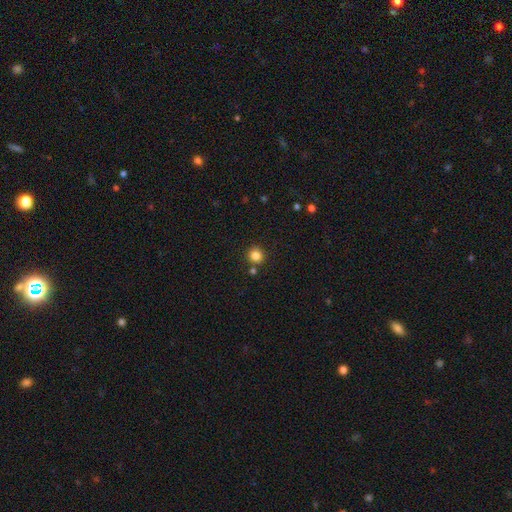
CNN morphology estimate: A smooth galaxy with no disk features (83%) that is round (92%).

Vote fractions:
- Smooth or featured? smooth: 83% / star or artifact: 12% / featured or disk: 5%
- How rounded? round: 92% / in between: 7% / cigar-shaped: 1%
- Merging? none: 83% / merger: 7% / minor disturbance: 7% / major disturbance: 2%